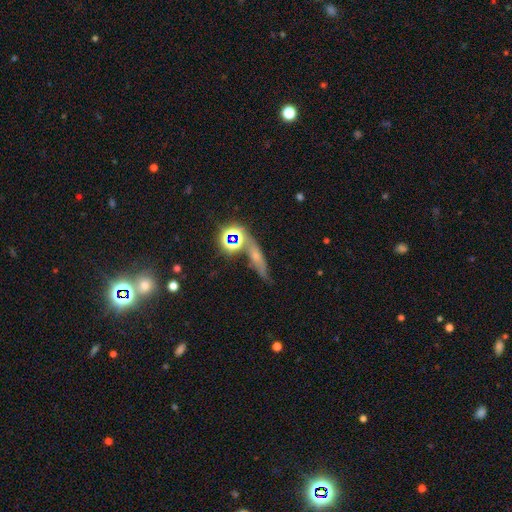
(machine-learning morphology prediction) smooth 37%, star or artifact 34%, featured or disk 30%. Down the decision tree: merging — none (62%).